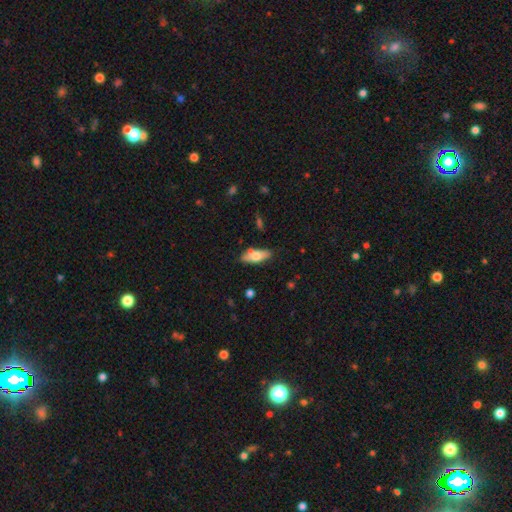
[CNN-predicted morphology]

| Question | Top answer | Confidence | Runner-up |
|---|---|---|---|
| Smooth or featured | smooth | 64% | featured or disk (30%) |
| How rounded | in between | 73% | cigar-shaped (24%) |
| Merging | none | 73% | minor disturbance (17%) |